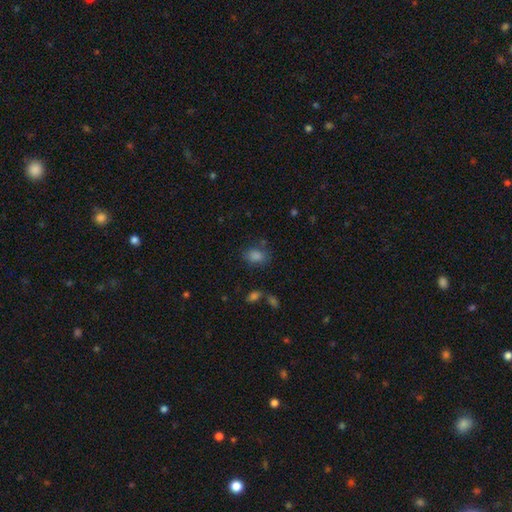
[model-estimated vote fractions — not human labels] smooth 78%, star or artifact 16%, featured or disk 5%. Down the decision tree: how rounded — in between (70%); merging — none (75%).